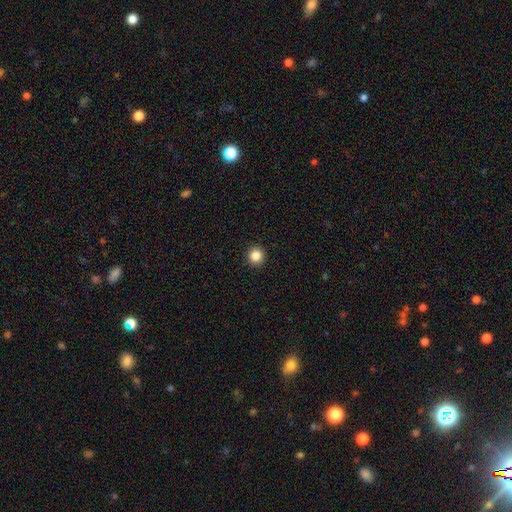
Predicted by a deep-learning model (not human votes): A smooth galaxy with no disk features (85%) that is round (94%).

Vote fractions:
- Smooth or featured? smooth: 85% / star or artifact: 11% / featured or disk: 4%
- How rounded? round: 94% / in between: 5% / cigar-shaped: 1%
- Merging? none: 93% / minor disturbance: 4% / major disturbance: 1% / merger: 1%